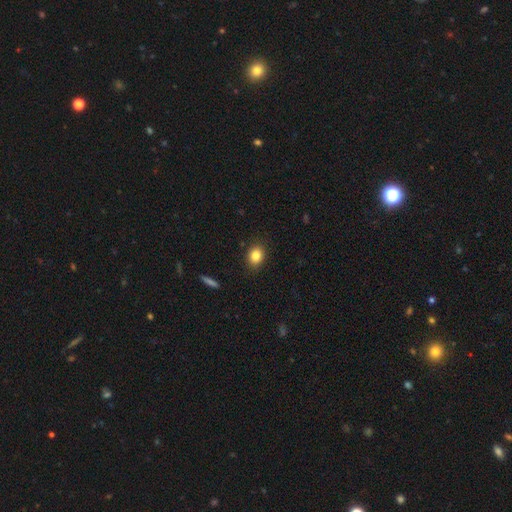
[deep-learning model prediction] Overall: smooth (84%). How rounded: in between (51%; round 48%). Merging: none (88%).